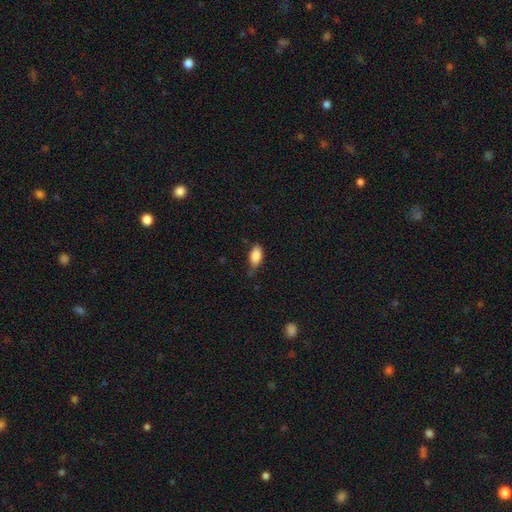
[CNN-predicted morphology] Overall: smooth (85%). How rounded: in between (89%). Merging: none (56%; minor disturbance 35%).